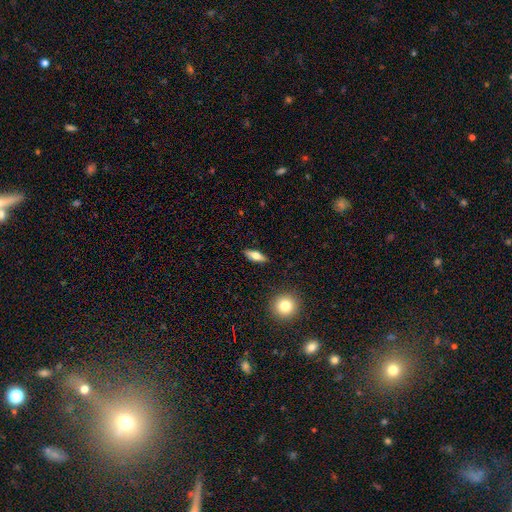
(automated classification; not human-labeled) smooth_or_featured: smooth (p=0.59) [alt: featured or disk p=0.33]
how_rounded: in between (p=0.59) [alt: cigar-shaped p=0.36]
merging: none (p=0.89) [alt: minor disturbance p=0.08]